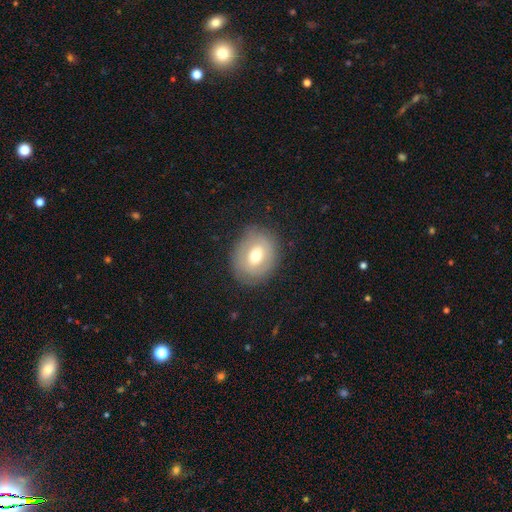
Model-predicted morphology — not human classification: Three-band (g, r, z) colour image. It shows a smooth galaxy with no disk features (51%) that is round (51%). Merging: none (80%).